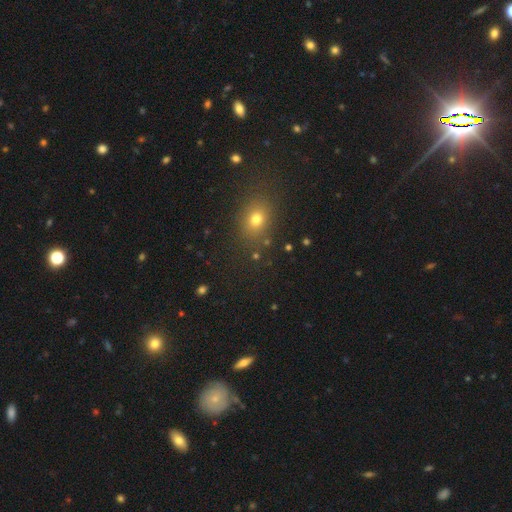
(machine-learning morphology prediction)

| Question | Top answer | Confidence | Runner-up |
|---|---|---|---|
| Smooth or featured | smooth | 55% | star or artifact (35%) |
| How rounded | round | 55% | in between (43%) |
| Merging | none | 84% | minor disturbance (9%) |